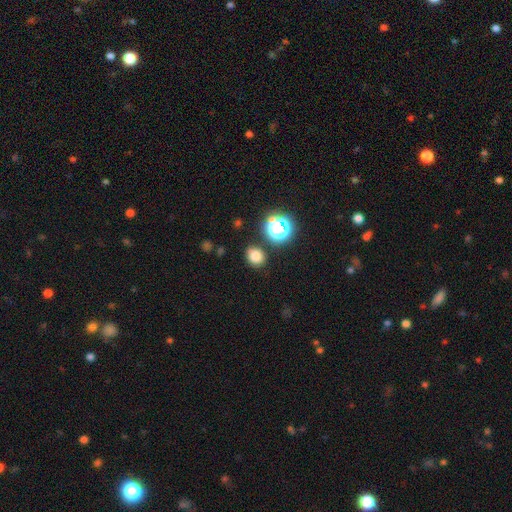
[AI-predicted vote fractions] Smooth or featured? Predicted: smooth (p=0.76). How rounded? Predicted: round (p=0.61). Merging? Predicted: none (p=0.82).